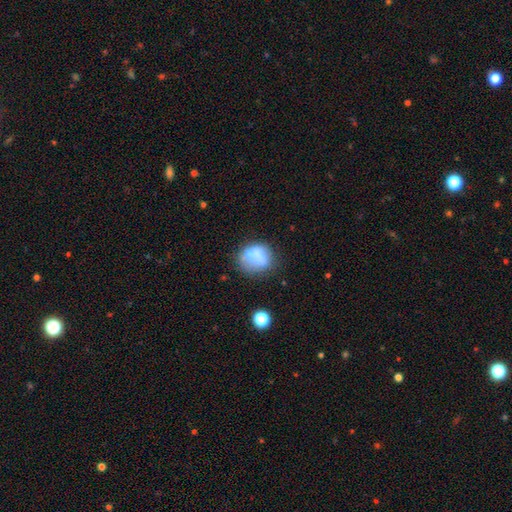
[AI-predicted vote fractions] This is likely a smooth galaxy (61%). How rounded: likely round (68%). Merging: marginally none (45%).